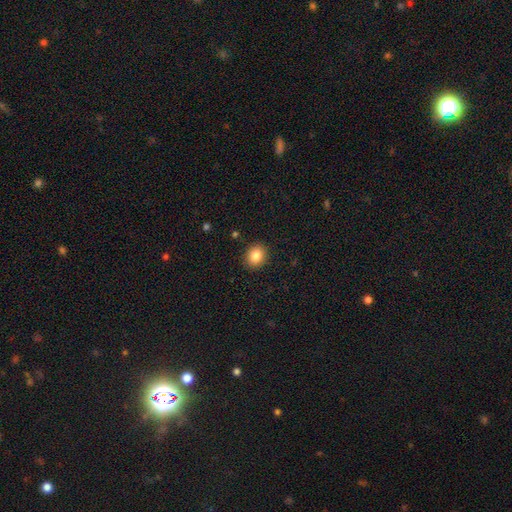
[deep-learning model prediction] Smooth or featured: smooth — 85% (star or artifact — 9%)
How rounded: round — 65% (in between — 34%)
Merging: none — 90% (minor disturbance — 7%)